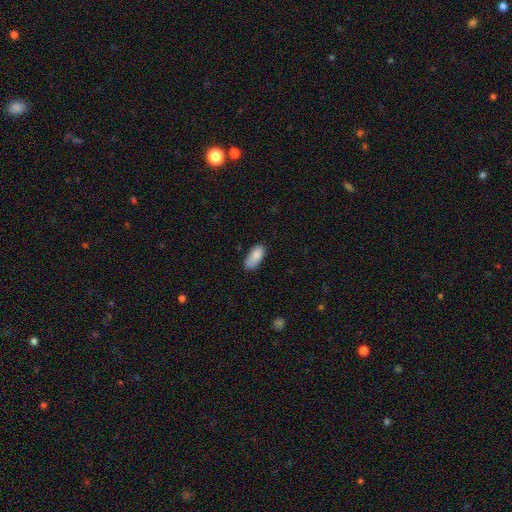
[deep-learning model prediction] This is clearly a smooth galaxy (86%). How rounded: clearly in between (90%). Merging: likely none (68%).